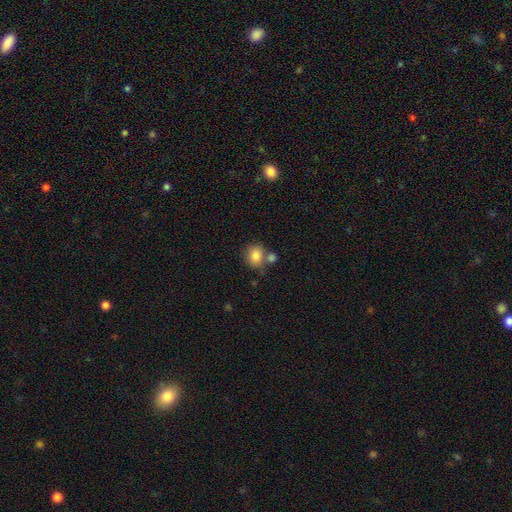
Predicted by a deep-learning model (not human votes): Smooth or featured? Predicted: smooth (p=0.83). How rounded? Predicted: round (p=0.73). Merging? Predicted: none (p=0.55).